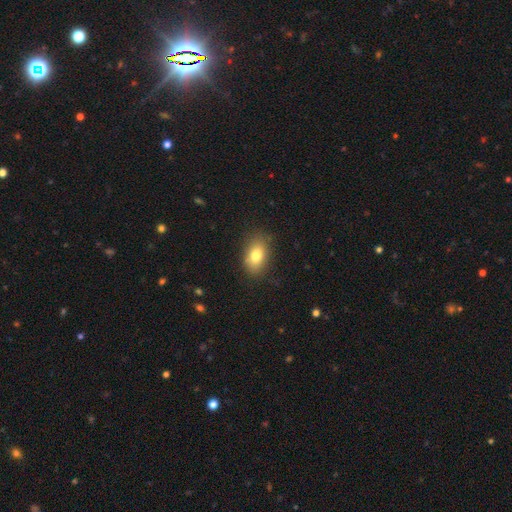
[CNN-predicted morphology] A smooth galaxy with no disk features (80%) that is in between round and cigar-shaped (86%).

Vote fractions:
- Smooth or featured? smooth: 80% / featured or disk: 11% / star or artifact: 9%
- How rounded? in between: 86% / round: 12% / cigar-shaped: 2%
- Merging? none: 83% / minor disturbance: 13% / major disturbance: 3% / merger: 1%